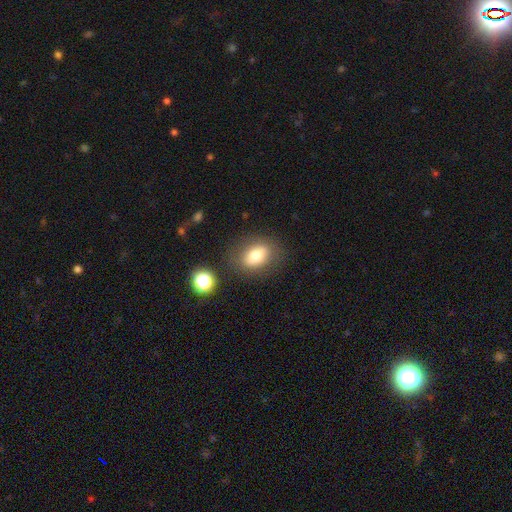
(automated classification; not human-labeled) Smooth or featured? smooth (75%)
How rounded? in between (74%)
Merging? none (79%)